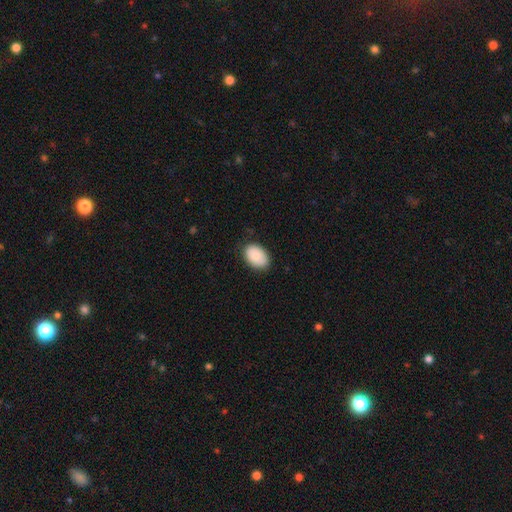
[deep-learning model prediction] Overall: smooth (87%). How rounded: in between (86%). Merging: none (82%).